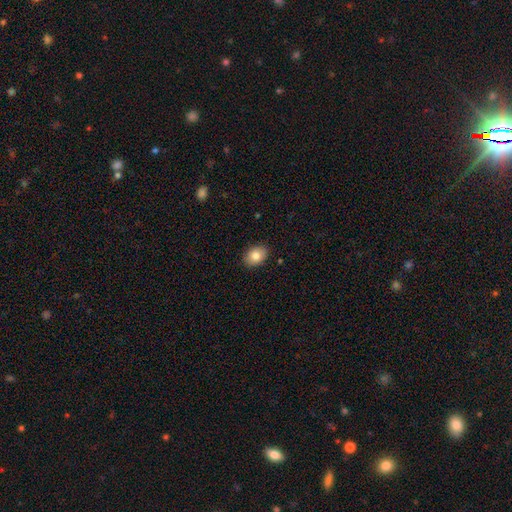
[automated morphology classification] Smooth or featured? Predicted: smooth (p=0.83). How rounded? Predicted: in between (p=0.73). Merging? Predicted: none (p=0.89).